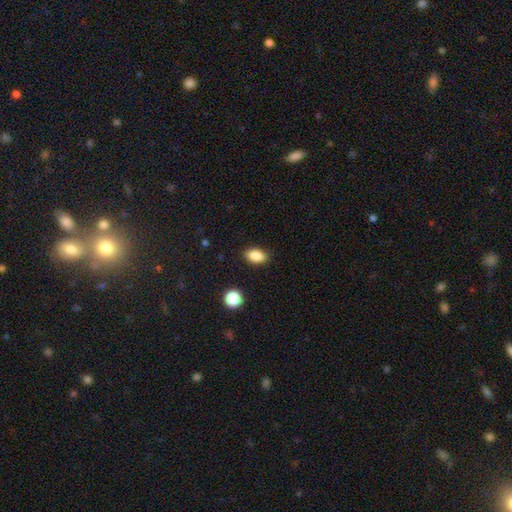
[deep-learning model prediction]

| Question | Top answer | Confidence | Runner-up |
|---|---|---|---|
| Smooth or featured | smooth | 87% | star or artifact (8%) |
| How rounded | in between | 90% | round (8%) |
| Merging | none | 88% | minor disturbance (9%) |